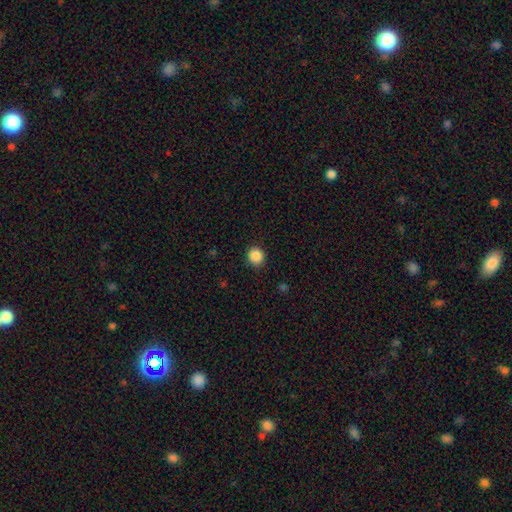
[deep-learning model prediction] The model was most divided on "how rounded": round: 87%, in between: 12%, cigar-shaped: 1%. More confident: merging — none (90%); smooth or featured — smooth (87%).